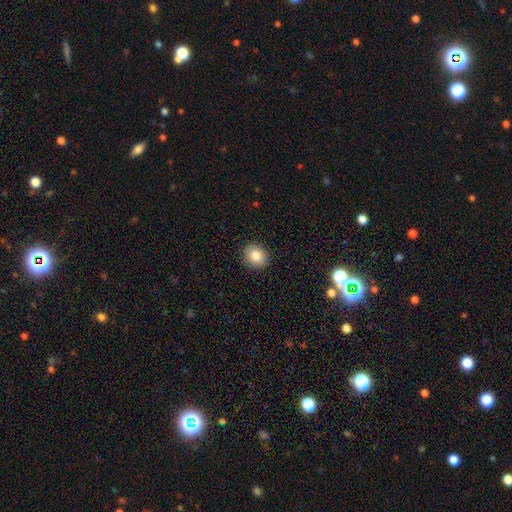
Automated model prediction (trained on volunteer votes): This appears to be a smooth galaxy with no disk features (83%) that is round (73%). Merging: none (91%).